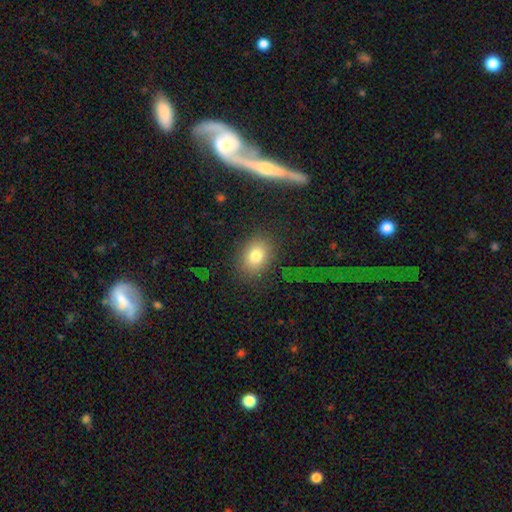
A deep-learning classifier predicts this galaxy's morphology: This appears to be a smooth galaxy with no disk features (79%) that is in between round and cigar-shaped (60%). Merging: none (79%).